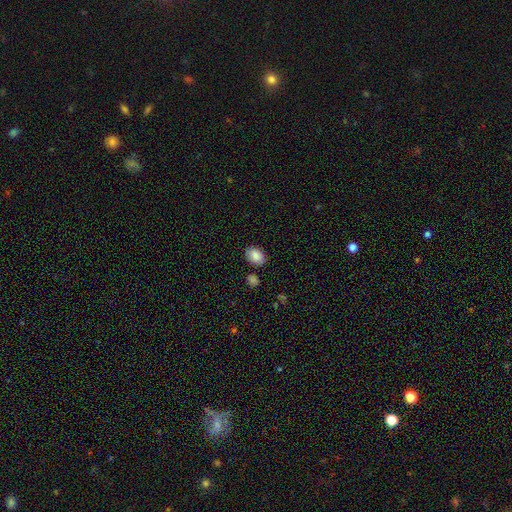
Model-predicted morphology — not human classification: type=smooth (86%); roundness=in between (83%); merging=none (83%).